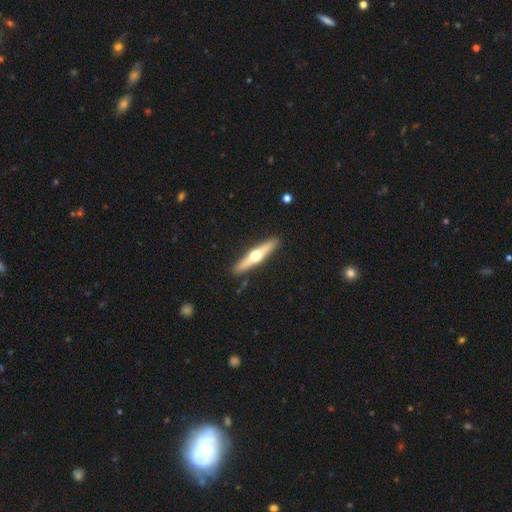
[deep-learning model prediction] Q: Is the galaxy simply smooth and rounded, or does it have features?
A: featured or disk — 64%.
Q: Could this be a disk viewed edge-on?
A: yes — 96%.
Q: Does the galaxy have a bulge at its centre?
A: rounded — 96%.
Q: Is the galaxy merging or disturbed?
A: none — 91%.